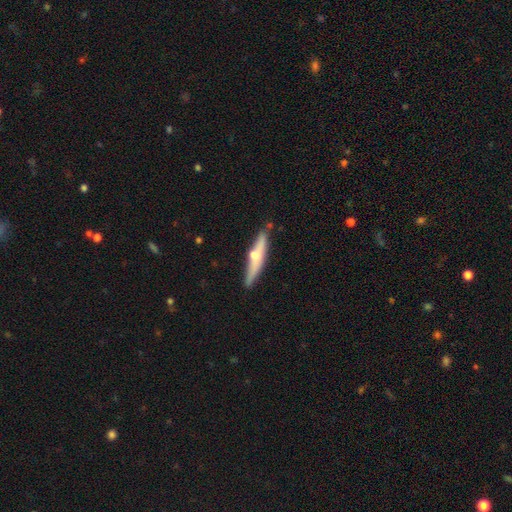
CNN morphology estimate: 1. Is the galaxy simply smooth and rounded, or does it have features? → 55% featured or disk, 39% smooth, 6% star or artifact.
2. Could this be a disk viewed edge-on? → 92% yes, 8% no.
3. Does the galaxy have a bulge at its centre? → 82% rounded, 13% none, 5% boxy.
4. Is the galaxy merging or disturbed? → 82% none, 13% minor disturbance, 3% merger, 2% major disturbance.